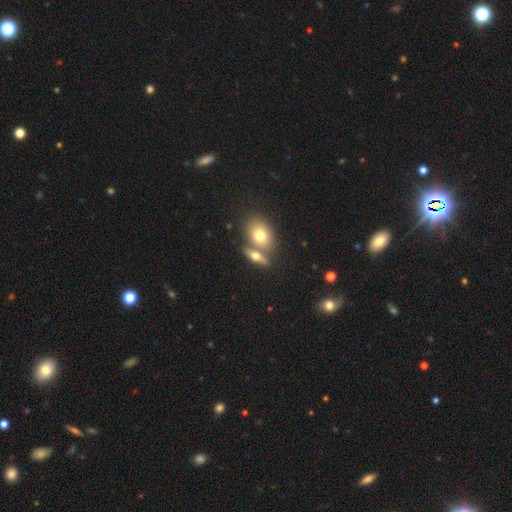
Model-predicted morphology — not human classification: smooth_or_featured: smooth (p=0.49) [alt: featured or disk p=0.43]
merging: none (p=0.55) [alt: merger p=0.33]